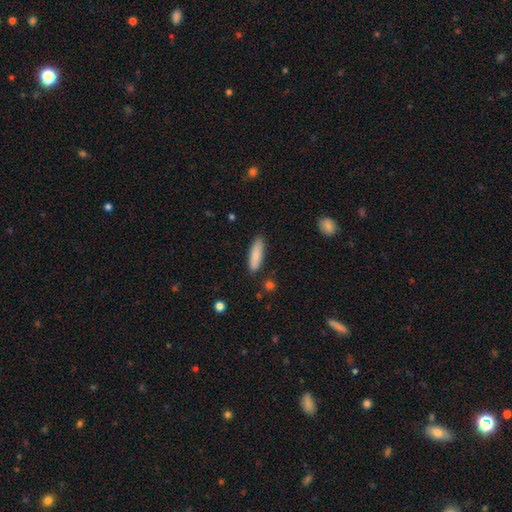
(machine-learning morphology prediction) smooth 85%, featured or disk 9%, star or artifact 6%. Down the decision tree: how rounded — cigar-shaped (59%); merging — none (86%).